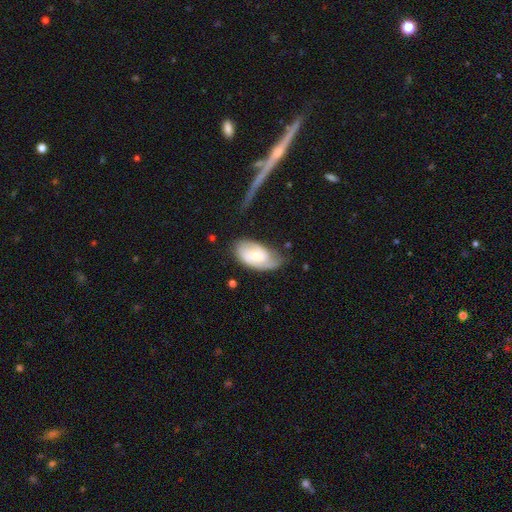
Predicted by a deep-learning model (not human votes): featured or disk 56%, smooth 38%, star or artifact 6%. Down the decision tree: edge-on disk — no (93%); bar — no (69%); spiral arms — yes (82%); bulge size — small (47%); merging — none (60%).